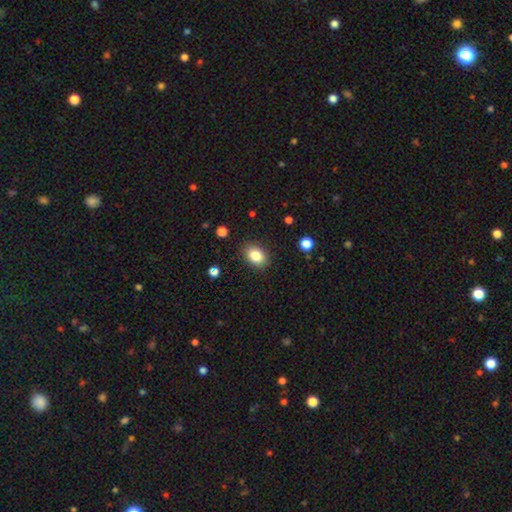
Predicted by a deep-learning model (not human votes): Q: Smooth or featured?
A: smooth (83%); runner-up: star or artifact (10%)
Q: How rounded?
A: in between (71%); runner-up: round (28%)
Q: Merging?
A: none (86%); runner-up: minor disturbance (10%)